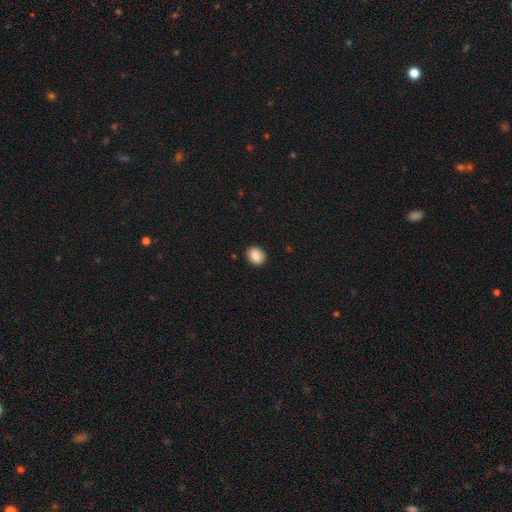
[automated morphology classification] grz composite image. It shows a smooth galaxy with no disk features (88%) that is round (53%). Merging: none (89%).